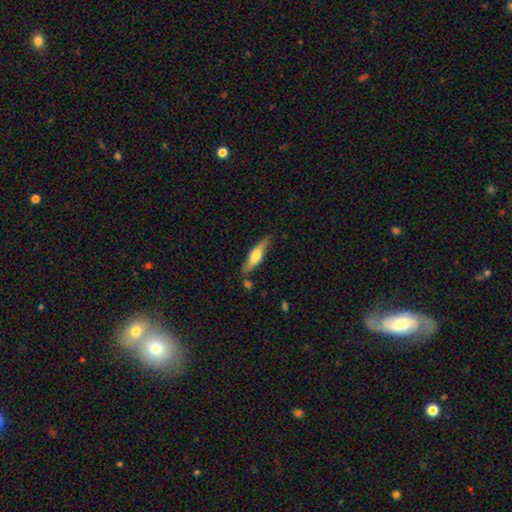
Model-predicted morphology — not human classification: A smooth galaxy with no disk features (49%).

Vote fractions:
- Smooth or featured? smooth: 49% / featured or disk: 45% / star or artifact: 6%
- Merging? none: 81% / minor disturbance: 12% / merger: 4% / major disturbance: 3%